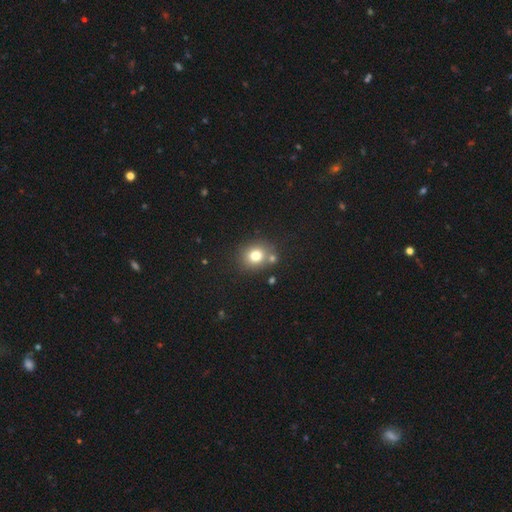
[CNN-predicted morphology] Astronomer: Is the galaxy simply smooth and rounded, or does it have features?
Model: smooth — 77%.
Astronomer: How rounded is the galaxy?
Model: round — 76%.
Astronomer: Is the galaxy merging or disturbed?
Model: none — 71%.